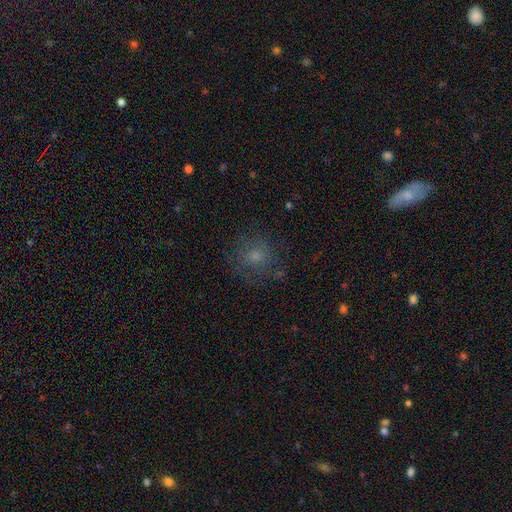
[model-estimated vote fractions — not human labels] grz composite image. It shows a smooth galaxy with no disk features (63%) that is round (84%). Merging: none (73%).